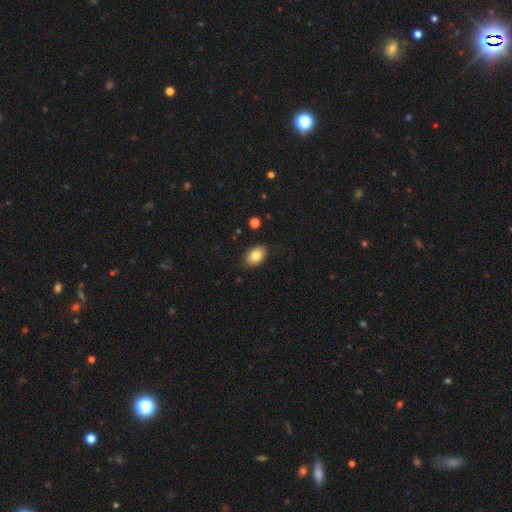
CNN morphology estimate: Smooth or featured? smooth (81%)
How rounded? in between (84%)
Merging? none (86%)